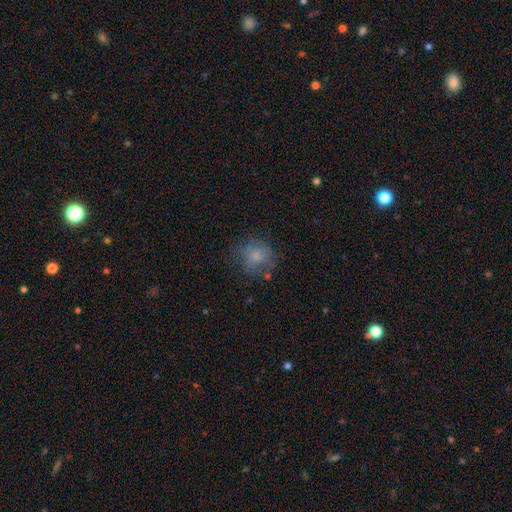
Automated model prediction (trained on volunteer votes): Overall: smooth (73%). How rounded: round (82%). Merging: none (65%).